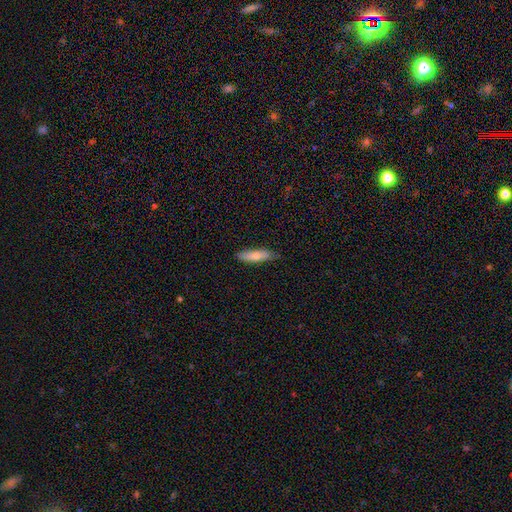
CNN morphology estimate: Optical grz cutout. It shows a smooth galaxy with no disk features (70%) that is cigar-shaped (62%). Merging: none (81%).